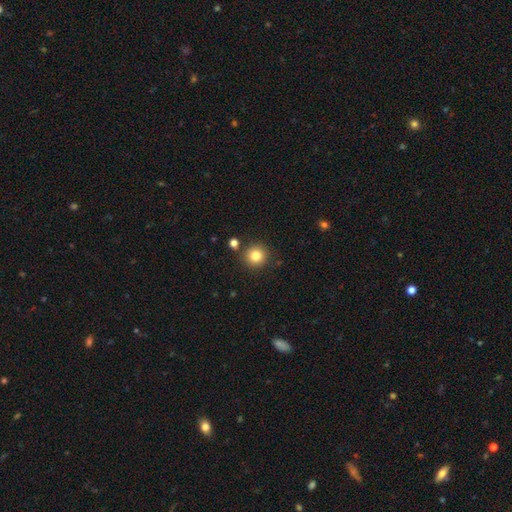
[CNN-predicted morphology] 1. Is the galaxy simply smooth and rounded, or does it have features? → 82% smooth, 12% star or artifact, 6% featured or disk.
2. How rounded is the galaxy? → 93% round, 6% in between, 1% cigar-shaped.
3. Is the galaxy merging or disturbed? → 87% none, 7% minor disturbance, 4% merger, 2% major disturbance.